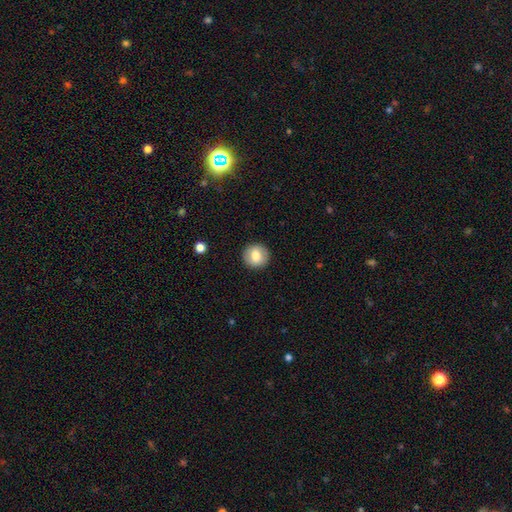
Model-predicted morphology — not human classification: smooth_or_featured: smooth (p=0.72) [alt: featured or disk p=0.20]
how_rounded: round (p=0.92) [alt: in between p=0.07]
merging: none (p=0.91) [alt: minor disturbance p=0.06]